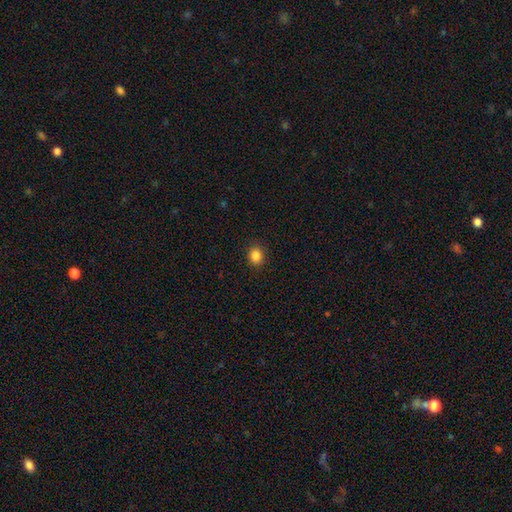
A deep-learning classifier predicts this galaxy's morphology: This is clearly a smooth galaxy (85%). How rounded: likely round (69%). Merging: clearly none (90%).